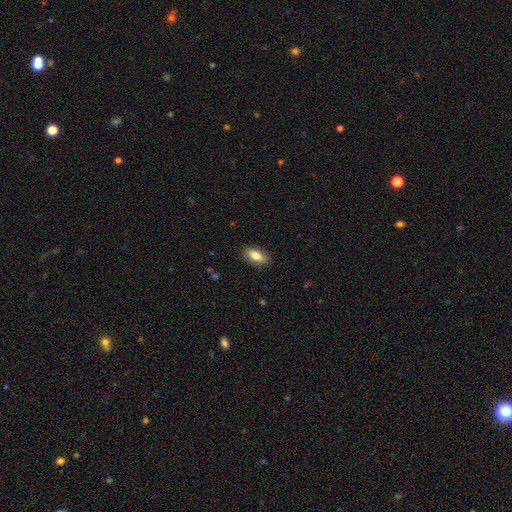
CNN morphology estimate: Smooth or featured?
  - smooth: 81% *
  - featured or disk: 13%
  - star or artifact: 7%
How rounded?
  - in between: 88% *
  - cigar-shaped: 8%
  - round: 3%
Merging?
  - none: 86% *
  - minor disturbance: 10%
  - major disturbance: 2%
  - merger: 1%